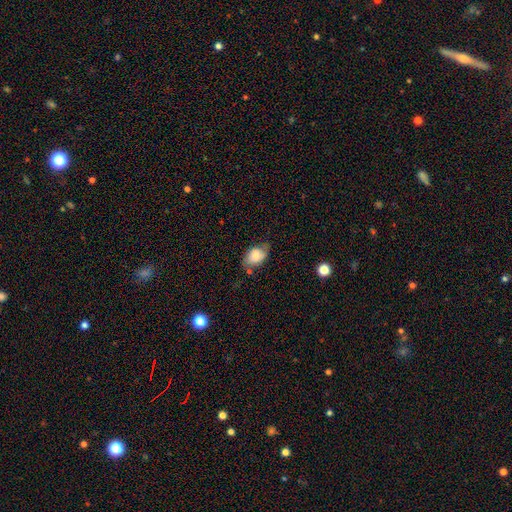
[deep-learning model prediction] This appears to be a smooth galaxy with no disk features (69%) that is in between round and cigar-shaped (82%). Merging: none (55%).